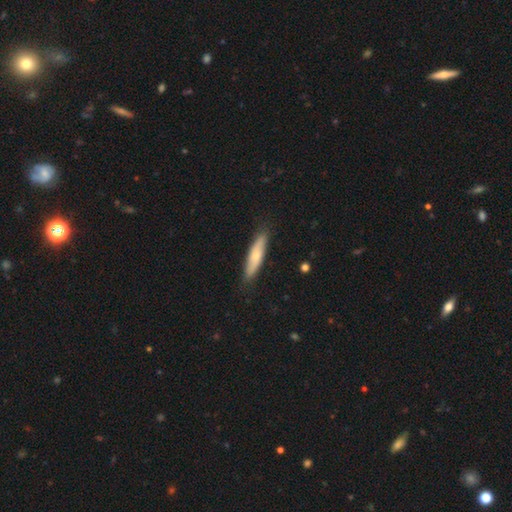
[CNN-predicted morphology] This appears to be a smooth galaxy with no disk features (62%) that is cigar-shaped (78%). Merging: none (85%).